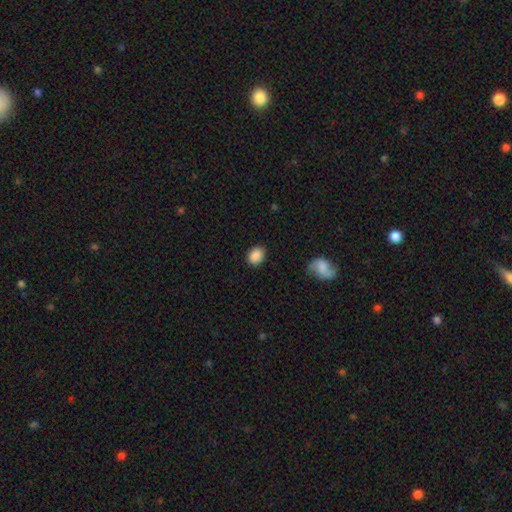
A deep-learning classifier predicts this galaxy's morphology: The model was most divided on "how rounded": in between: 59%, round: 40%, cigar-shaped: 1%. More confident: smooth or featured — smooth (88%); merging — none (86%).